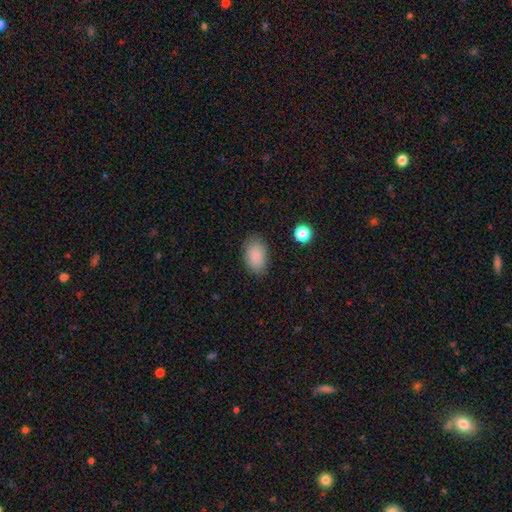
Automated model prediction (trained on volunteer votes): smooth-or-featured: smooth: 88% | star or artifact: 8% | featured or disk: 4%
  how-rounded: in between: 89% | round: 10% | cigar-shaped: 1%
  merging: none: 83% | minor disturbance: 12% | major disturbance: 3% | merger: 1%